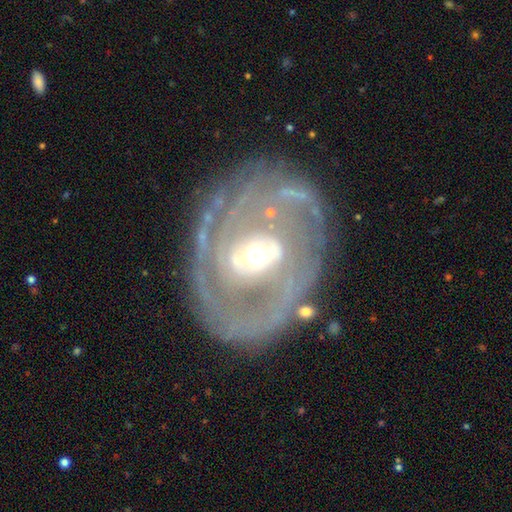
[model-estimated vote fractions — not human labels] Smooth or featured: featured or disk — 85% (smooth — 10%)
Edge-on disk: no — 96% (yes — 4%)
Bar: no — 40% (weak — 37%)
Spiral arms: yes — 82% (no — 18%)
Spiral winding: tight — 59% (medium — 30%)
Spiral arm count: 2 — 46% (can't tell — 27%)
Bulge size: moderate — 65% (small — 22%)
Merging: none — 75% (minor disturbance — 15%)